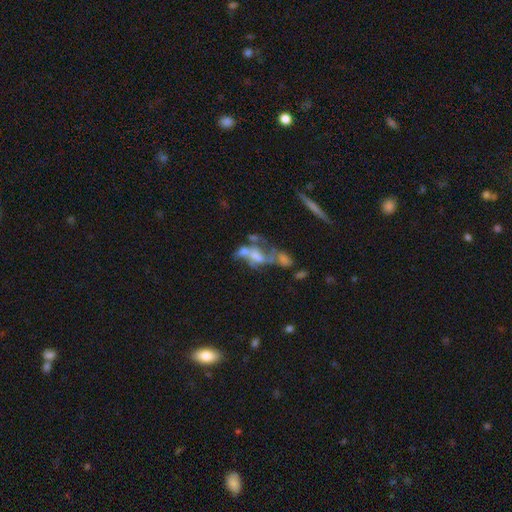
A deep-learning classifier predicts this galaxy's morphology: This appears to be a featured or disk galaxy (56%) with no bar (79%), no spiral arms (78%) and no central bulge (44%). Merging: merger (47%).